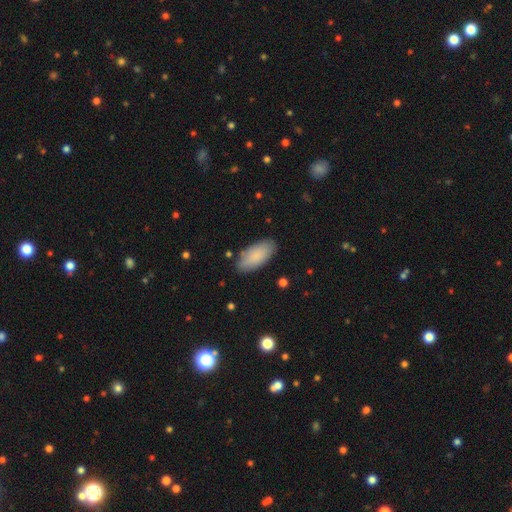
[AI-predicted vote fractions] This appears to be a smooth galaxy with no disk features (87%) that is in between round and cigar-shaped (90%). Merging: none (84%).